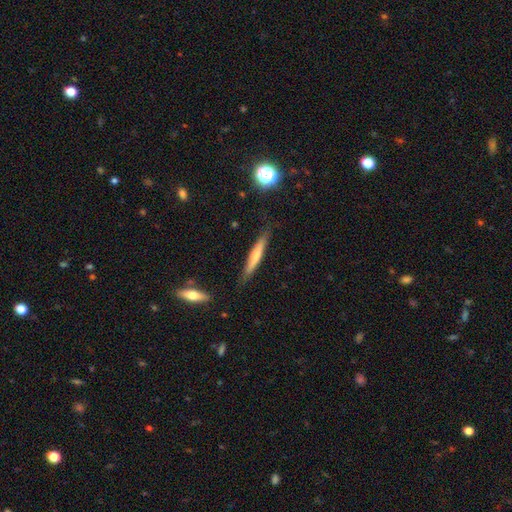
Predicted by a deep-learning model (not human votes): Q: Smooth or featured?
A: smooth (57%); runner-up: featured or disk (37%)
Q: How rounded?
A: cigar-shaped (92%); runner-up: in between (6%)
Q: Merging?
A: none (78%); runner-up: minor disturbance (16%)